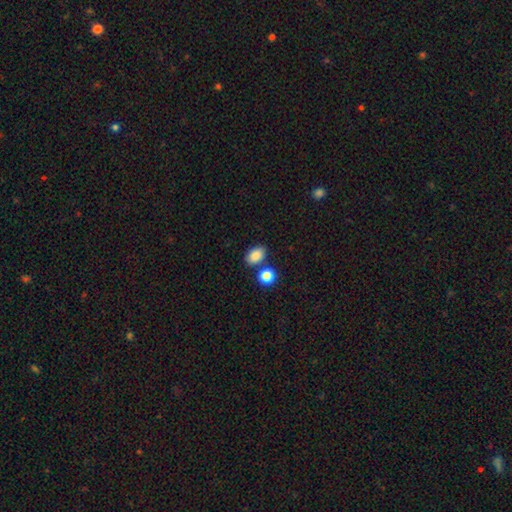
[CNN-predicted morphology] Smooth or featured? Predicted: smooth (p=0.86). How rounded? Predicted: in between (p=0.80). Merging? Predicted: none (p=0.73).